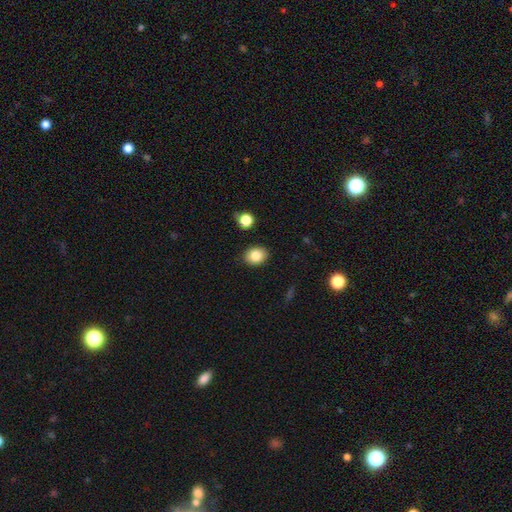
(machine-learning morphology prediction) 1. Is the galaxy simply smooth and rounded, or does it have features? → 83% smooth, 9% star or artifact, 7% featured or disk.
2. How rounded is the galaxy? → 55% in between, 45% round, 1% cigar-shaped.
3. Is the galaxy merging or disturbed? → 88% none, 8% minor disturbance, 2% major disturbance, 2% merger.